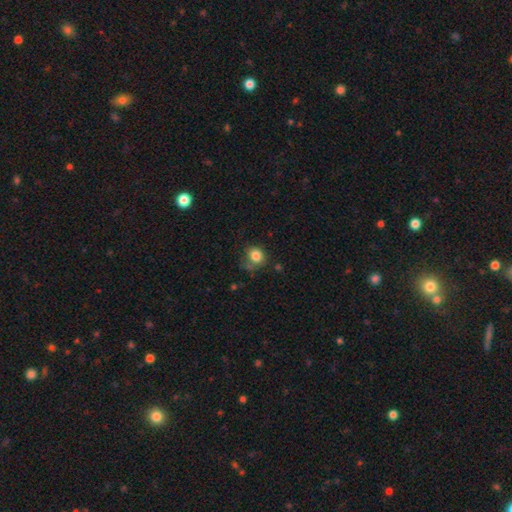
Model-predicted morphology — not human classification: The model was most divided on "merging": none: 60%, minor disturbance: 25%, major disturbance: 10%, merger: 5%. More confident: smooth or featured — smooth (83%); how rounded — round (75%).